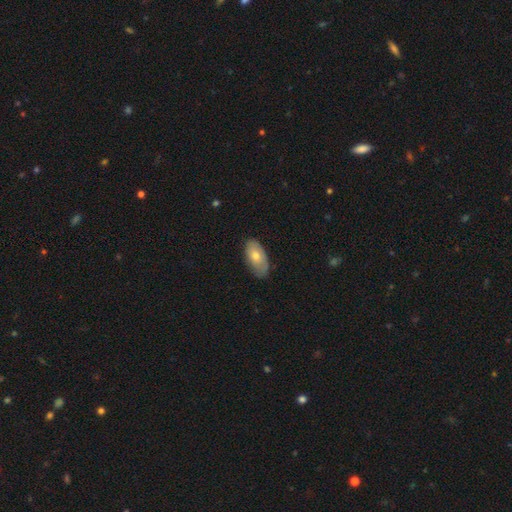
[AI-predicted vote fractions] Smooth or featured: smooth — 63% (featured or disk — 30%)
How rounded: in between — 93% (round — 4%)
Merging: none — 75% (minor disturbance — 20%)